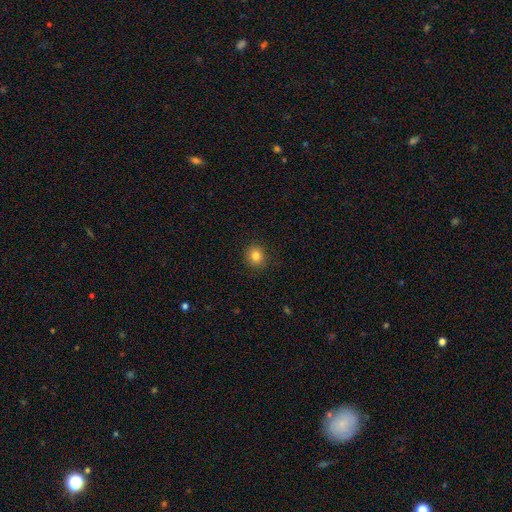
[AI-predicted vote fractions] This is clearly a smooth galaxy (82%). How rounded: clearly round (87%). Merging: clearly none (90%).